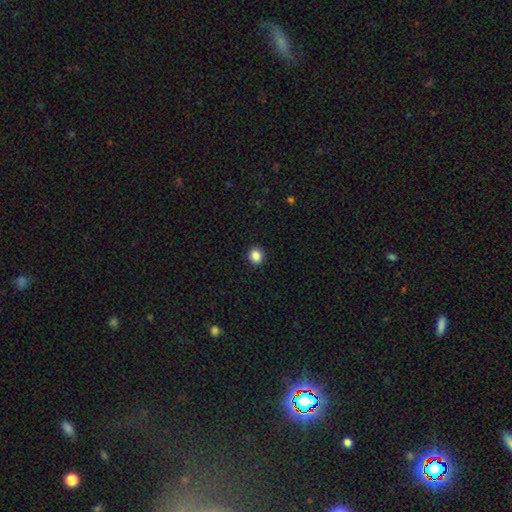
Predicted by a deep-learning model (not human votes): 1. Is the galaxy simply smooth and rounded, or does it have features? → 87% smooth, 10% star or artifact, 3% featured or disk.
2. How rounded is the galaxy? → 88% round, 11% in between, 1% cigar-shaped.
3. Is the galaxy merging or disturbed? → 93% none, 5% minor disturbance, 2% major disturbance, 1% merger.